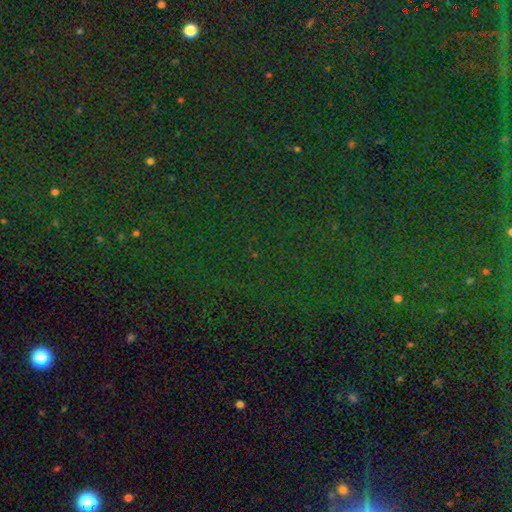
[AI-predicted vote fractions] This is clearly a star or artifact rather than a galaxy (84%).